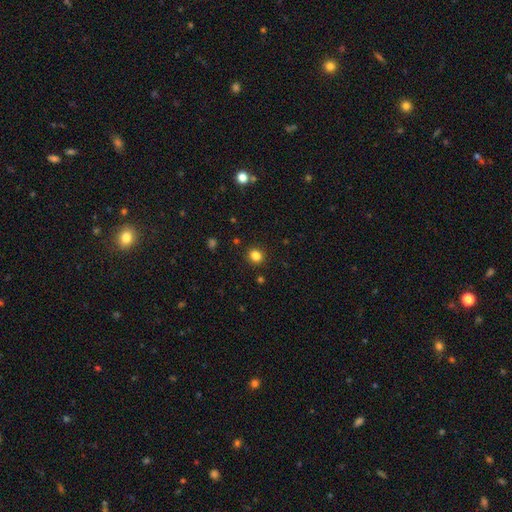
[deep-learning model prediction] Smooth or featured? smooth (83%)
How rounded? round (84%)
Merging? none (91%)